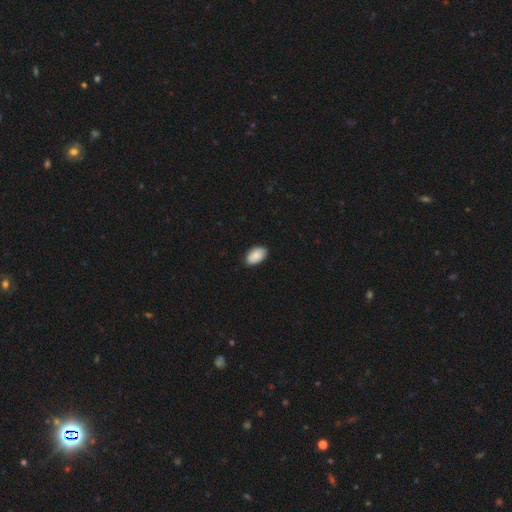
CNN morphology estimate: The model was most divided on "merging": none: 87%, minor disturbance: 10%, major disturbance: 2%, merger: 1%. More confident: how rounded — in between (94%); smooth or featured — smooth (88%).